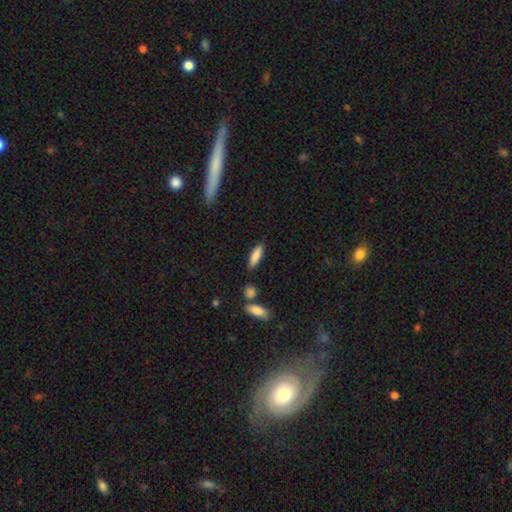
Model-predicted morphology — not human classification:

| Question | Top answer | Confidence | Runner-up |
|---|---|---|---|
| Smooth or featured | smooth | 82% | featured or disk (12%) |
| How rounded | cigar-shaped | 57% | in between (41%) |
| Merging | none | 82% | minor disturbance (11%) |